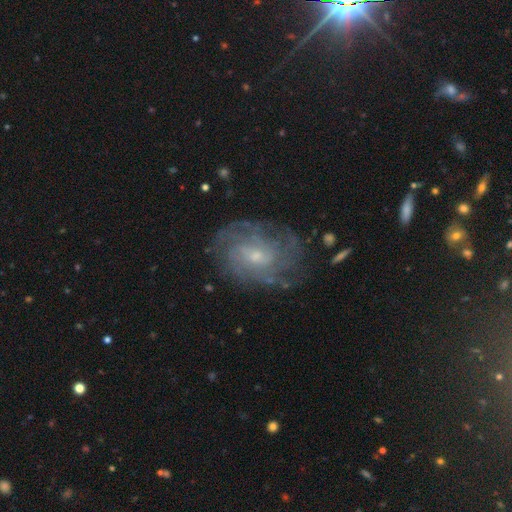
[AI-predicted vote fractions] This is clearly a featured or disk galaxy (83%). It is clearly not viewed edge-on (97%). Bar: possibly no (54%). Spiral arm pattern: clearly yes (93%). Spiral arm count: marginally can't tell (40%). Spiral winding: likely tight (61%). Central bulge: likely small (62%). Merging: likely none (74%).